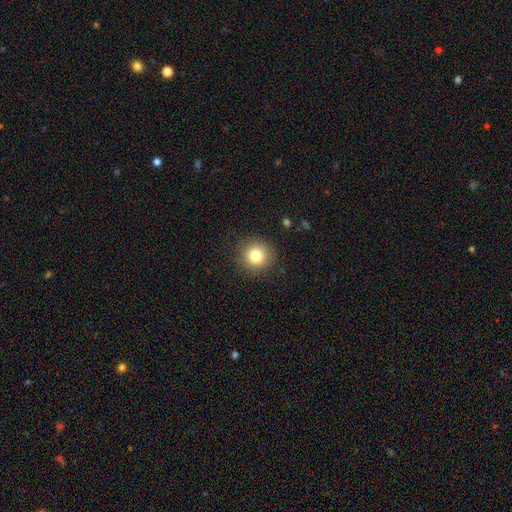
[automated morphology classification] This is clearly a smooth galaxy (80%). How rounded: clearly round (94%). Merging: clearly none (90%).